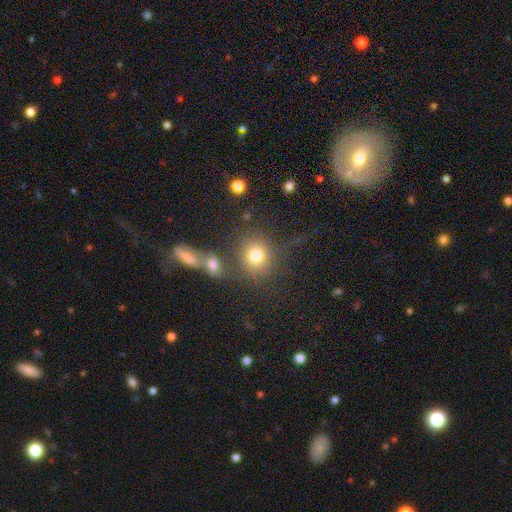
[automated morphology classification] Q: Smooth or featured?
A: smooth (76%); runner-up: star or artifact (13%)
Q: How rounded?
A: round (84%); runner-up: in between (15%)
Q: Merging?
A: none (63%); runner-up: merger (16%)